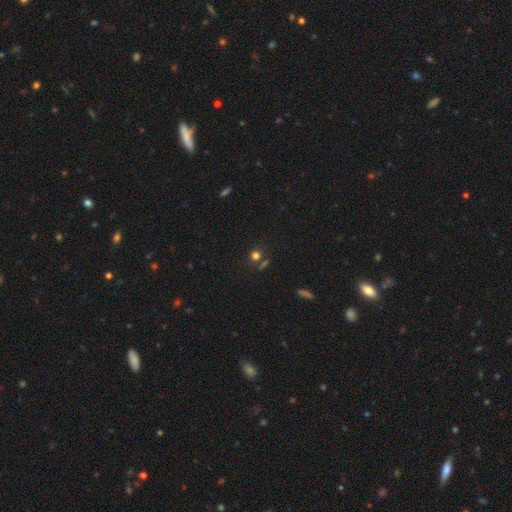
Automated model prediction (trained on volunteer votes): smooth-or-featured: smooth: 67% | star or artifact: 26% | featured or disk: 7%
  how-rounded: round: 85% | in between: 13% | cigar-shaped: 2%
  merging: none: 71% | merger: 15% | minor disturbance: 9% | major disturbance: 4%